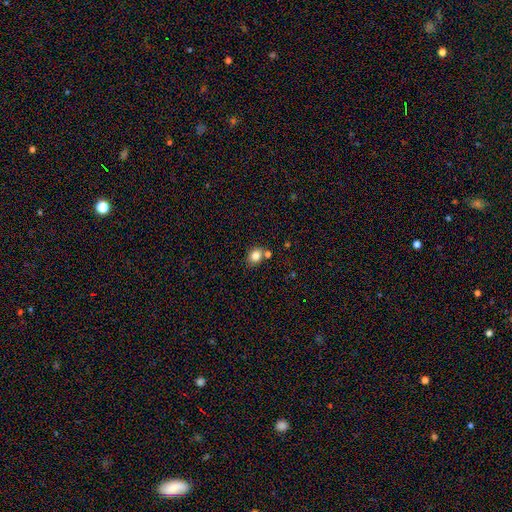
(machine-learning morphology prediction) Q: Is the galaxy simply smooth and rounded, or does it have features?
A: smooth — 83%.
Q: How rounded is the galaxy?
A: round — 55%.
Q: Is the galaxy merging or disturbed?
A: none — 69%.